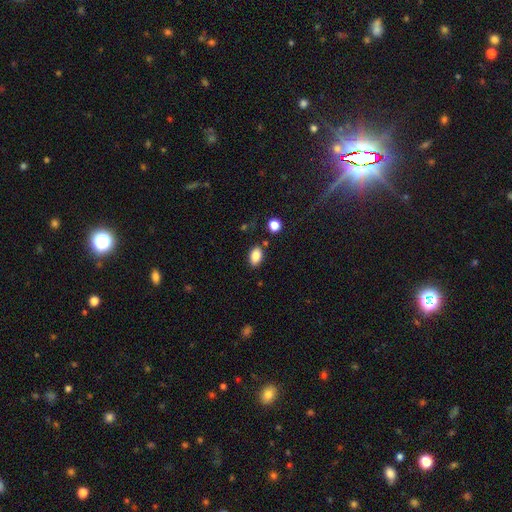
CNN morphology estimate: This appears to be a smooth galaxy with no disk features (85%) that is in between round and cigar-shaped (87%). Merging: none (81%).